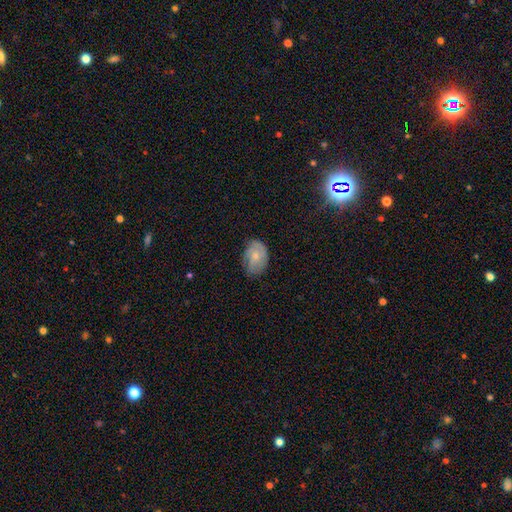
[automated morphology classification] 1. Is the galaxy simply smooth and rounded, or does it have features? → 59% smooth, 34% featured or disk, 7% star or artifact.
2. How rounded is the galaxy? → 75% in between, 24% round, 1% cigar-shaped.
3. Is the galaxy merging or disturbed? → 70% none, 24% minor disturbance, 6% major disturbance, 1% merger.